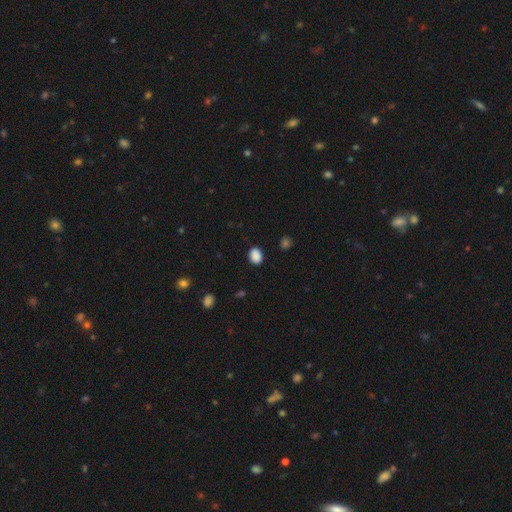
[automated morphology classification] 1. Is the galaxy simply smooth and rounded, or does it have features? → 88% smooth, 9% star or artifact, 3% featured or disk.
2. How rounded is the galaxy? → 67% in between, 32% round, 1% cigar-shaped.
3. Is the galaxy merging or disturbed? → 87% none, 9% minor disturbance, 2% major disturbance, 1% merger.